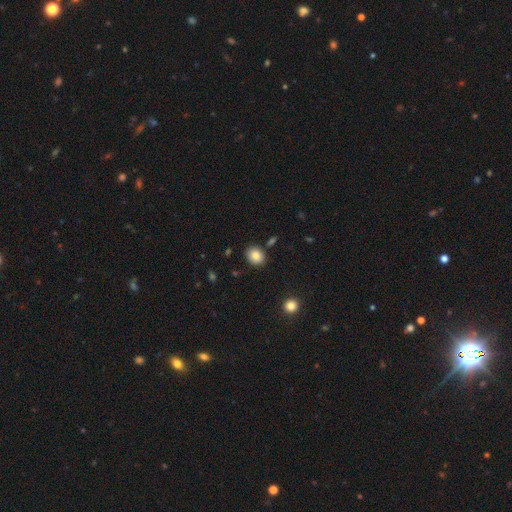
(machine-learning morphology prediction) Smooth or featured: smooth — 85% (star or artifact — 9%)
How rounded: round — 60% (in between — 39%)
Merging: none — 86% (minor disturbance — 9%)